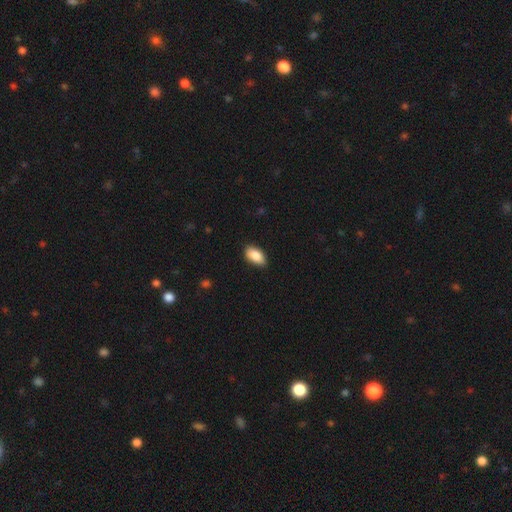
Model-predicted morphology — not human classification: The model was most divided on "merging": none: 85%, minor disturbance: 12%, major disturbance: 2%, merger: 1%. More confident: how rounded — in between (93%); smooth or featured — smooth (88%).